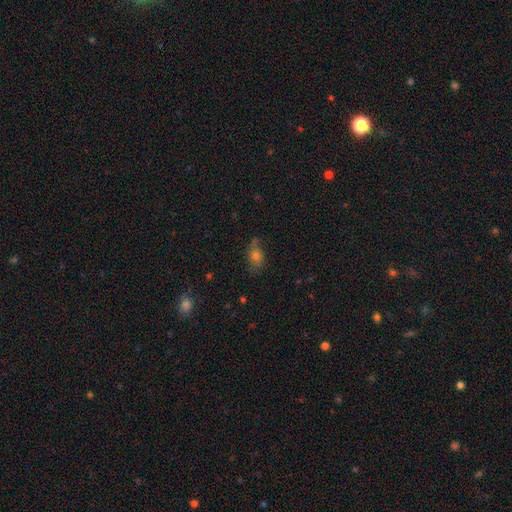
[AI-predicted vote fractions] Morphology: type=smooth (59%); roundness=in between (70%); merging=none (59%).